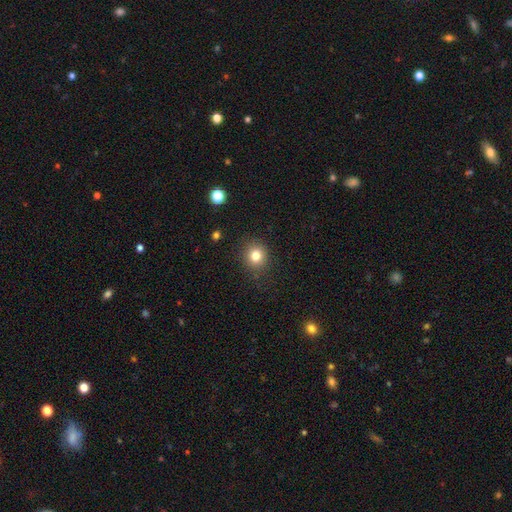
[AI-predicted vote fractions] A smooth galaxy with no disk features (81%) that is round (85%).

Vote fractions:
- Smooth or featured? smooth: 81% / star or artifact: 12% / featured or disk: 7%
- How rounded? round: 85% / in between: 14% / cigar-shaped: 1%
- Merging? none: 87% / minor disturbance: 9% / major disturbance: 3% / merger: 1%